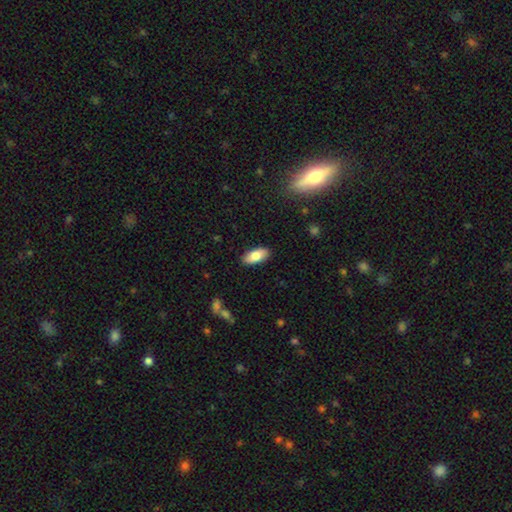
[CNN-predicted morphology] smooth-or-featured: smooth: 82% | featured or disk: 12% | star or artifact: 6%
  how-rounded: in between: 90% | cigar-shaped: 7% | round: 2%
  merging: none: 88% | minor disturbance: 9% | major disturbance: 2% | merger: 1%